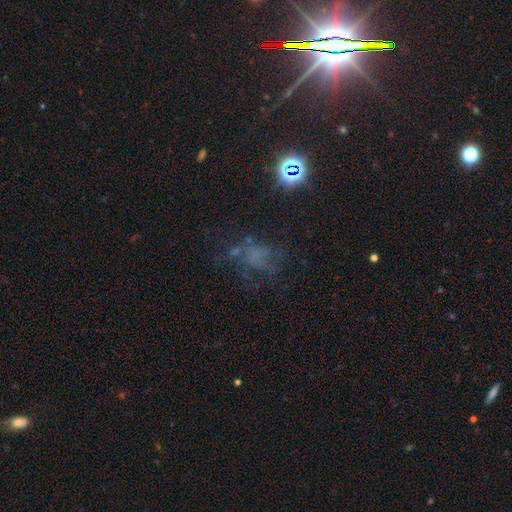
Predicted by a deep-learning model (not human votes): Smooth or featured: star or artifact — 39% (featured or disk — 33%)